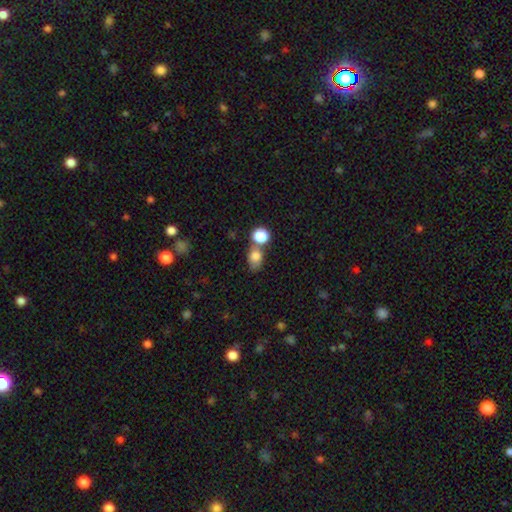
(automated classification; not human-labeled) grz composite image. It shows a smooth galaxy with no disk features (79%) that is in between round and cigar-shaped (59%). Merging: none (48%).